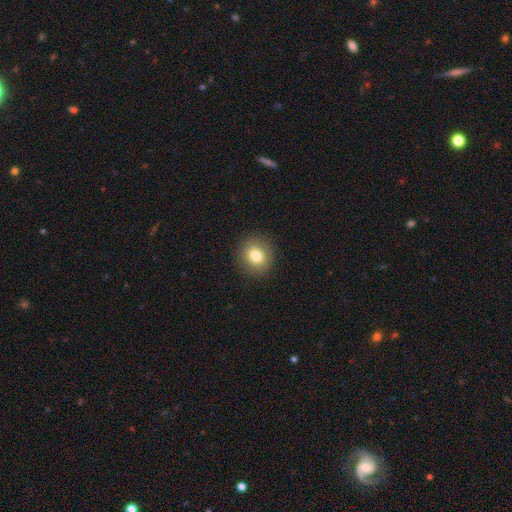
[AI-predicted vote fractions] A smooth galaxy with no disk features (79%) that is round (85%).

Vote fractions:
- Smooth or featured? smooth: 79% / featured or disk: 11% / star or artifact: 10%
- How rounded? round: 85% / in between: 14% / cigar-shaped: 1%
- Merging? none: 90% / minor disturbance: 7% / major disturbance: 2% / merger: 1%